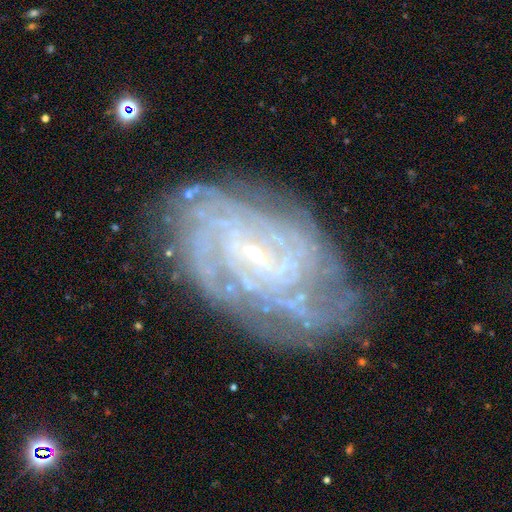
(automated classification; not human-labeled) Morphology: type=featured or disk (87%); edge-on=no (97%); bar=weak (46%); spiral arms=yes (95%); winding=tight (73%); arm count=can't tell (36%); bulge=small (85%); merging=none (72%).